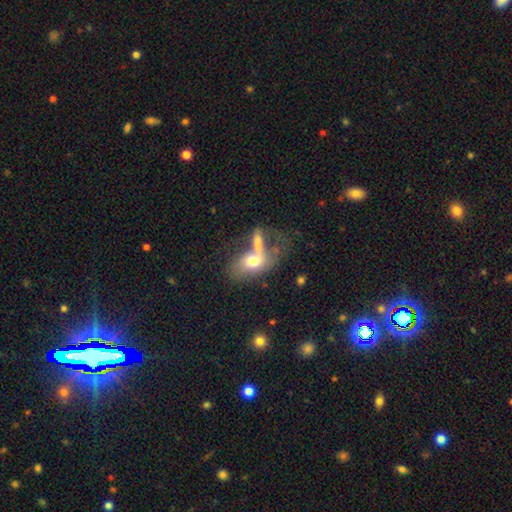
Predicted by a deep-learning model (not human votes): Smooth or featured? smooth (55%)
How rounded? in between (80%)
Merging? merger (50%)